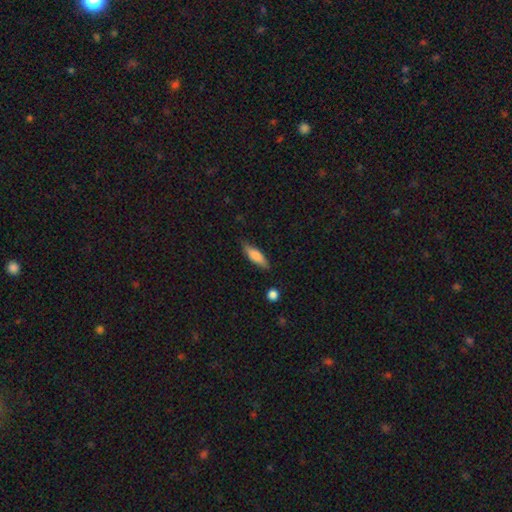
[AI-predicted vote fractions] Smooth or featured: smooth — 76% (featured or disk — 17%)
How rounded: cigar-shaped — 52% (in between — 46%)
Merging: none — 79% (minor disturbance — 16%)